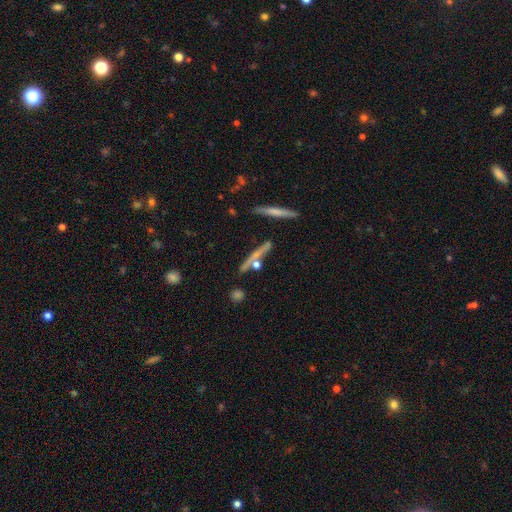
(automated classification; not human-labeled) Smooth or featured?
  - featured or disk: 58% *
  - smooth: 28%
  - star or artifact: 14%
Edge-on disk?
  - yes: 88% *
  - no: 12%
Edge-on bulge?
  - rounded: 63% *
  - none: 31%
  - boxy: 6%
Merging?
  - none: 71% *
  - merger: 12%
  - minor disturbance: 12%
  - major disturbance: 5%